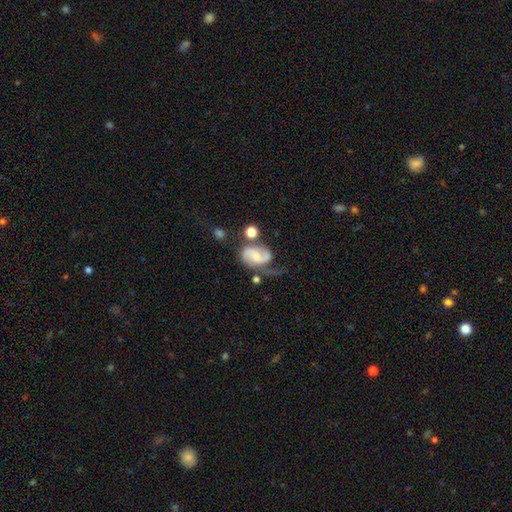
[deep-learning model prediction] Overall: featured or disk (73%). Edge-on disk: no (97%). Bar: no (52%; weak 38%). Spiral arms: yes (93%). Spiral arm count: 2 (79%). Spiral winding: medium (46%; loose 32%). Bulge size: small (47%; moderate 40%). Merging: none (38%; major disturbance 25%).